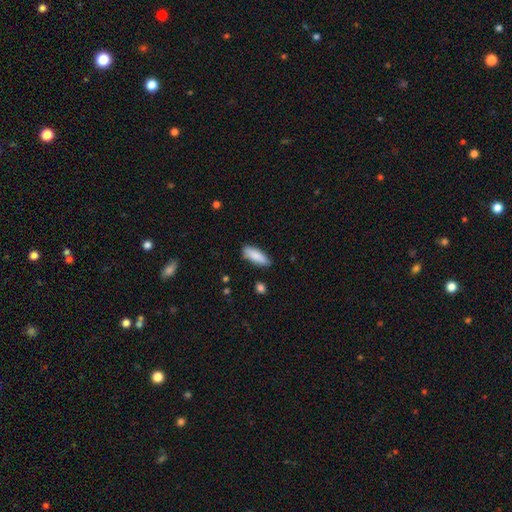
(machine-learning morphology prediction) Smooth or featured? Predicted: smooth (p=0.87). How rounded? Predicted: in between (p=0.62). Merging? Predicted: none (p=0.83).